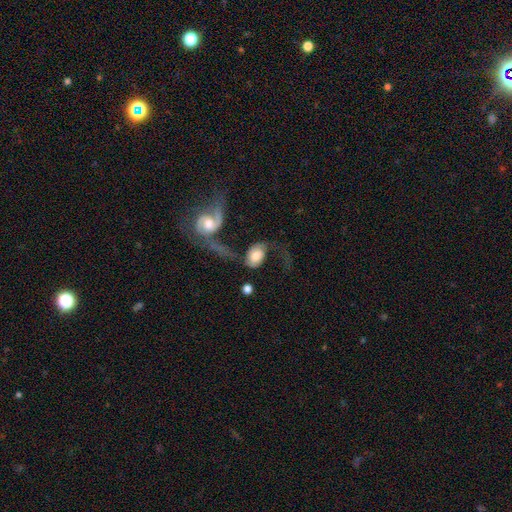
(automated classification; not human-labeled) A featured or disk galaxy (48%). Merging: merger (36%).